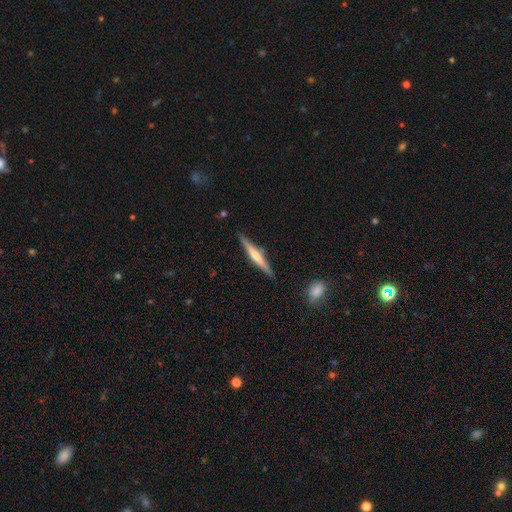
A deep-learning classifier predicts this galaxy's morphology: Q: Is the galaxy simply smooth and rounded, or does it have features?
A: featured or disk — 59%.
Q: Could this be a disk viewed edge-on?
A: yes — 97%.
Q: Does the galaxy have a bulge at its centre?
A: rounded — 61%.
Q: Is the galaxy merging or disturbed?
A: none — 87%.